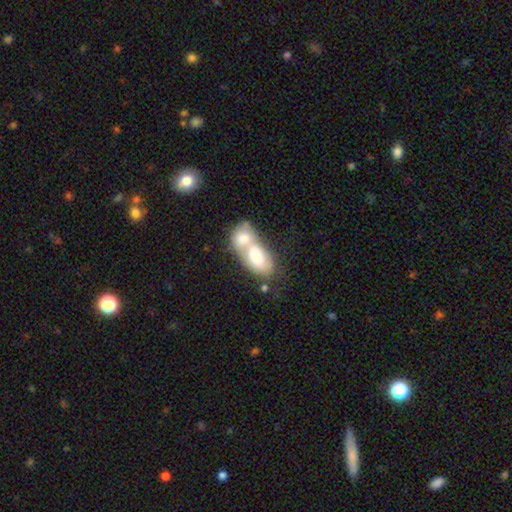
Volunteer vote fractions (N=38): Morphology: type=smooth (74%); roundness=in between (75%); merging=merger (81%).